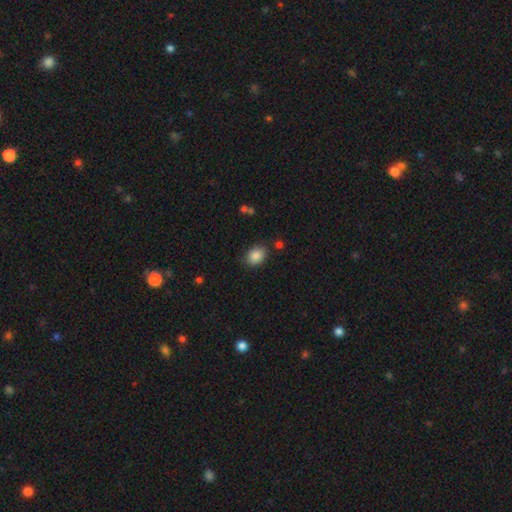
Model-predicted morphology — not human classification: Overall: smooth (87%). How rounded: in between (70%). Merging: none (80%).